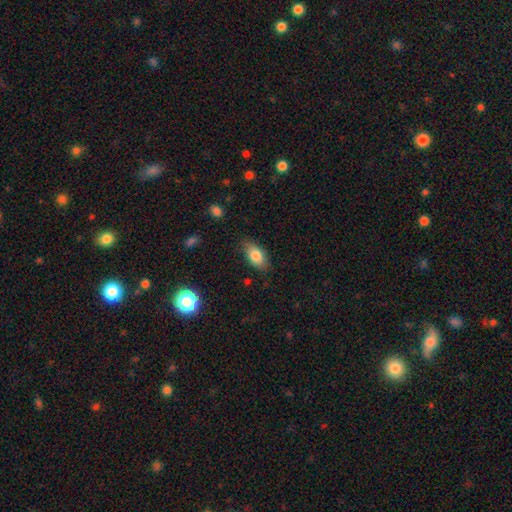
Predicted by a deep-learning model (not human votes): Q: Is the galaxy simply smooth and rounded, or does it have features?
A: smooth — 82%.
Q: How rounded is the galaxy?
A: in between — 89%.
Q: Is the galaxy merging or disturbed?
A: none — 80%.